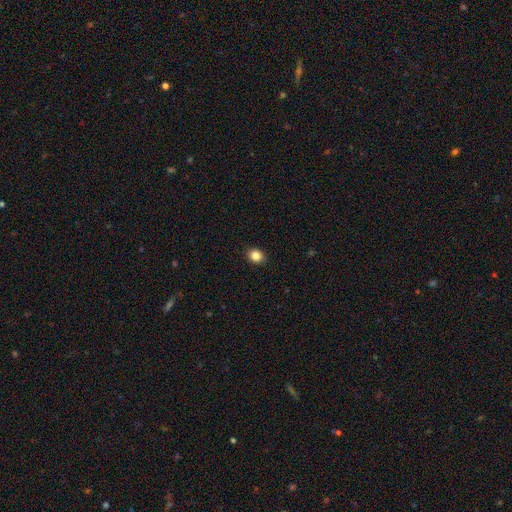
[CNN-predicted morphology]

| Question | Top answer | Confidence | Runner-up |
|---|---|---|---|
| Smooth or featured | smooth | 85% | star or artifact (10%) |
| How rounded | round | 61% | in between (38%) |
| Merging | none | 91% | minor disturbance (7%) |